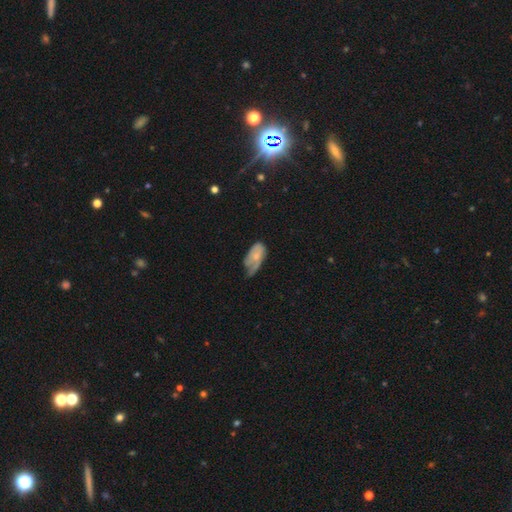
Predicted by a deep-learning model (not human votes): Smooth or featured?
  - smooth: 51% *
  - featured or disk: 42%
  - star or artifact: 7%
How rounded?
  - in between: 91% *
  - cigar-shaped: 5%
  - round: 4%
Merging?
  - minor disturbance: 42% *
  - major disturbance: 29%
  - none: 27%
  - merger: 3%